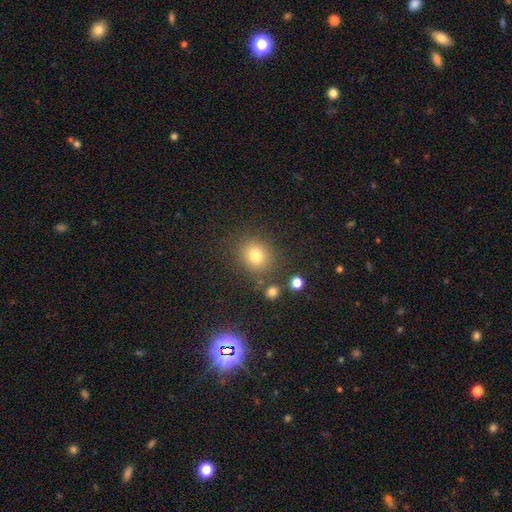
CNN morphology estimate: smooth 77%, star or artifact 16%, featured or disk 7%. Down the decision tree: how rounded — round (76%); merging — none (81%).